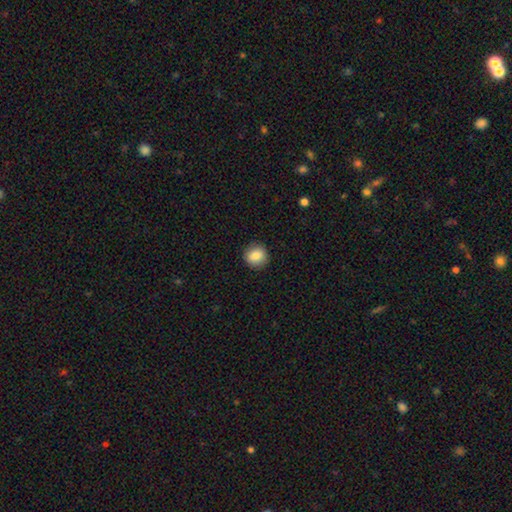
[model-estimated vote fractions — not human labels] Q: Smooth or featured?
A: smooth (85%); runner-up: star or artifact (9%)
Q: How rounded?
A: round (89%); runner-up: in between (10%)
Q: Merging?
A: none (90%); runner-up: minor disturbance (7%)